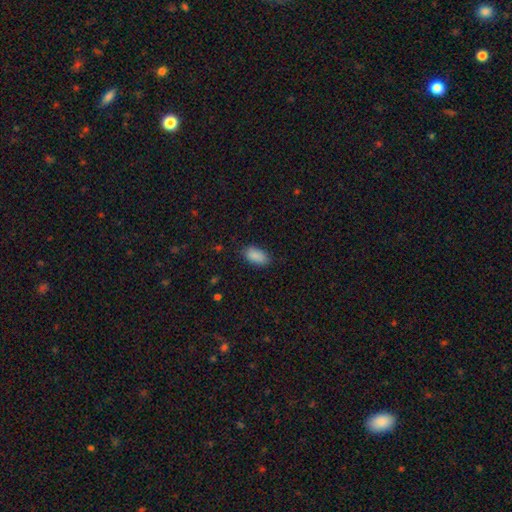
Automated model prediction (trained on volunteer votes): Smooth or featured: smooth — 89% (star or artifact — 7%)
How rounded: in between — 93% (round — 4%)
Merging: none — 84% (minor disturbance — 12%)